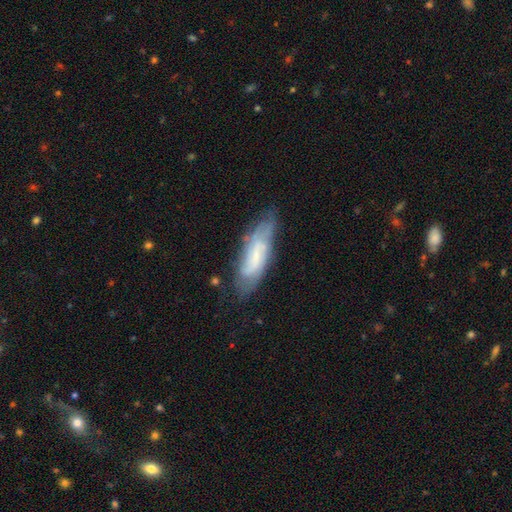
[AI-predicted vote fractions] Overall: featured or disk (55%; smooth 37%). Edge-on disk: no (78%). Merging: none (64%; minor disturbance 25%).